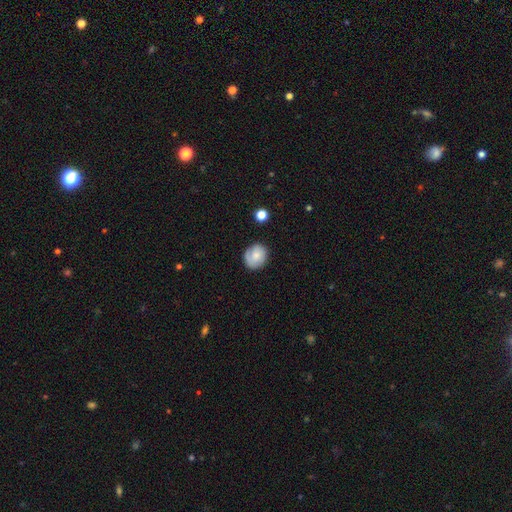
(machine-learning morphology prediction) type=smooth (70%); roundness=round (71%); merging=none (74%).